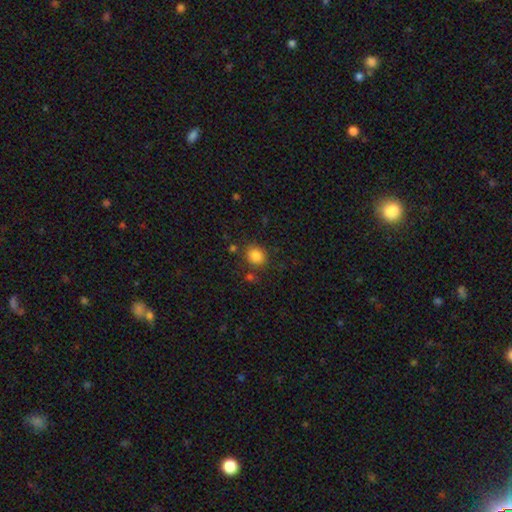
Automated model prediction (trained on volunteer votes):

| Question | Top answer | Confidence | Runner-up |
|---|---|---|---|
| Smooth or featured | smooth | 85% | star or artifact (10%) |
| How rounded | round | 75% | in between (24%) |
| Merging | none | 78% | minor disturbance (12%) |